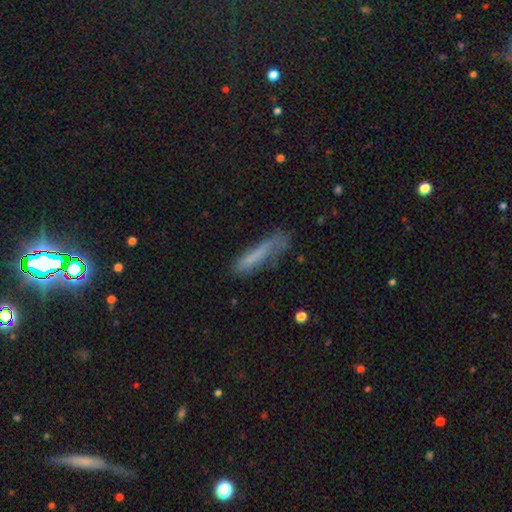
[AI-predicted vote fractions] Smooth or featured?
  - smooth: 69% *
  - featured or disk: 22%
  - star or artifact: 9%
How rounded?
  - cigar-shaped: 84% *
  - in between: 14%
  - round: 2%
Merging?
  - none: 52% *
  - minor disturbance: 28%
  - major disturbance: 16%
  - merger: 4%